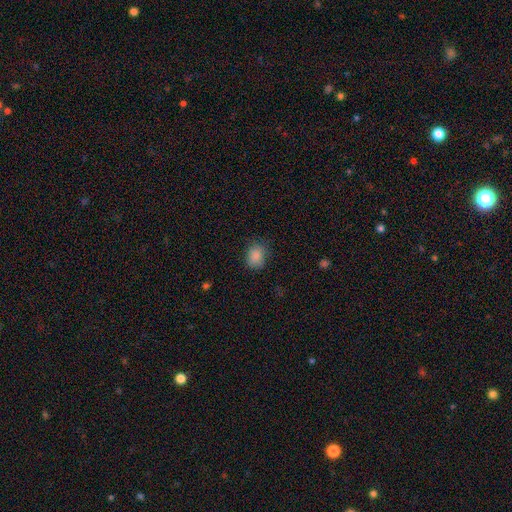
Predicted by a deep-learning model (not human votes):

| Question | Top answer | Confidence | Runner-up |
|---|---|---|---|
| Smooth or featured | smooth | 86% | star or artifact (10%) |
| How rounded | in between | 52% | round (47%) |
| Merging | none | 74% | minor disturbance (20%) |